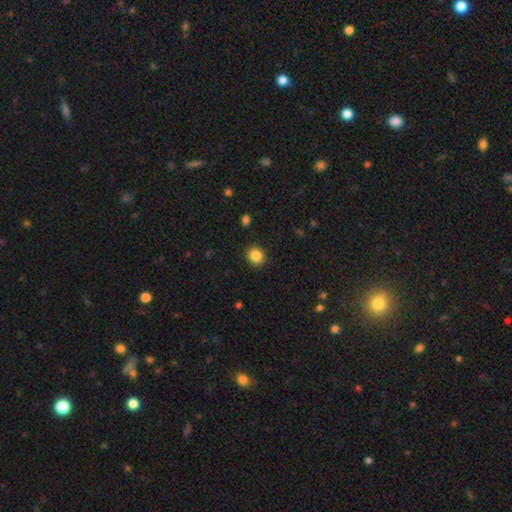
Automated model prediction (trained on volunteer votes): A smooth galaxy with no disk features (86%) that is round (86%).

Vote fractions:
- Smooth or featured? smooth: 86% / star or artifact: 10% / featured or disk: 4%
- How rounded? round: 86% / in between: 13% / cigar-shaped: 1%
- Merging? none: 91% / minor disturbance: 6% / major disturbance: 2% / merger: 1%